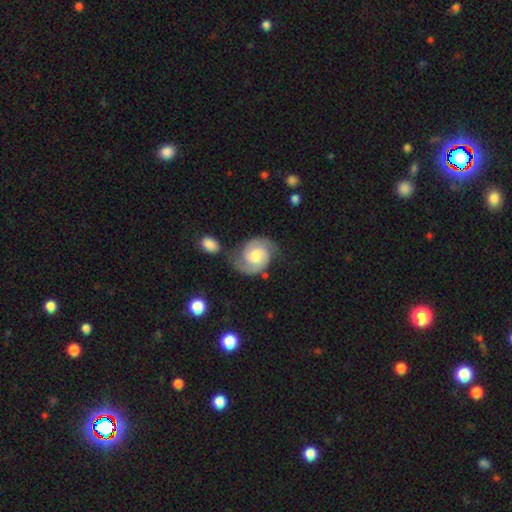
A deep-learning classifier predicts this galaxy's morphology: A featured or disk galaxy (84%) with no bar (64%), 2 (91%) medium (45%) spiral arms (97%) and a moderate central bulge (57%). Merging: none (66%).